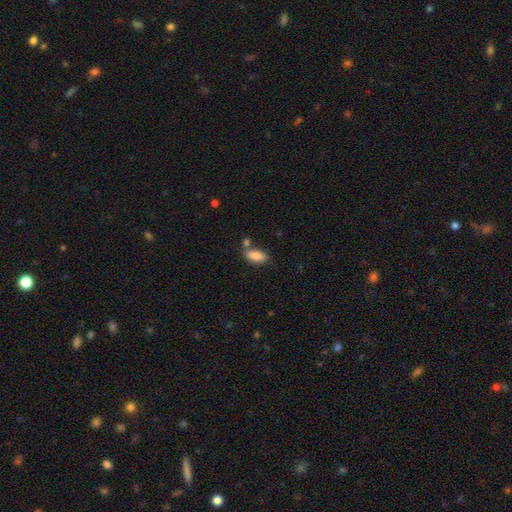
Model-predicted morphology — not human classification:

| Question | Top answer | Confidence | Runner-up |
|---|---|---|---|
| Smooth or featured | smooth | 86% | star or artifact (7%) |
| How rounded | in between | 86% | cigar-shaped (12%) |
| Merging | none | 64% | merger (18%) |